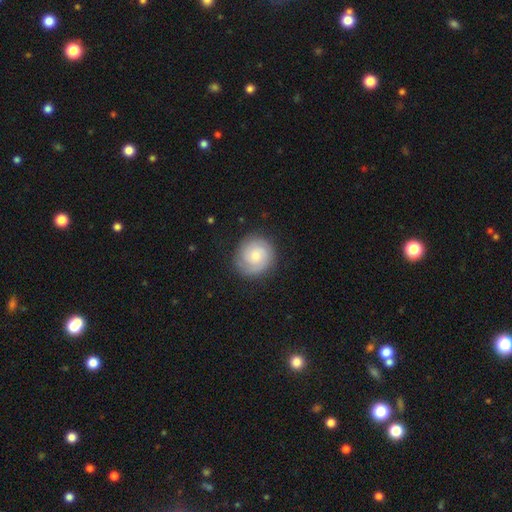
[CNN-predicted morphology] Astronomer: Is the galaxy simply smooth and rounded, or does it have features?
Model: featured or disk — 50% (runner-up: smooth, 43%).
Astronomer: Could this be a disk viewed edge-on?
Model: no — 98%.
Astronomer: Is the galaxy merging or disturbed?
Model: none — 83%.